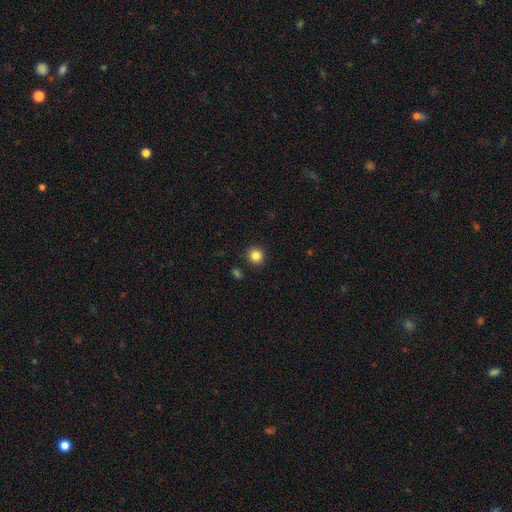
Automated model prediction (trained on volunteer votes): Smooth or featured?
  - smooth: 84% *
  - star or artifact: 11%
  - featured or disk: 5%
How rounded?
  - round: 92% *
  - in between: 7%
  - cigar-shaped: 1%
Merging?
  - none: 90% *
  - minor disturbance: 6%
  - merger: 2%
  - major disturbance: 2%